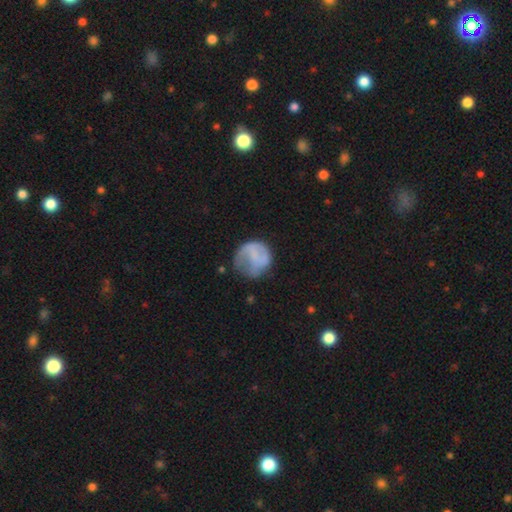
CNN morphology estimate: smooth-or-featured: smooth: 59% | featured or disk: 33% | star or artifact: 8%
  how-rounded: round: 83% | in between: 16% | cigar-shaped: 1%
  merging: none: 42% | minor disturbance: 28% | major disturbance: 27% | merger: 3%